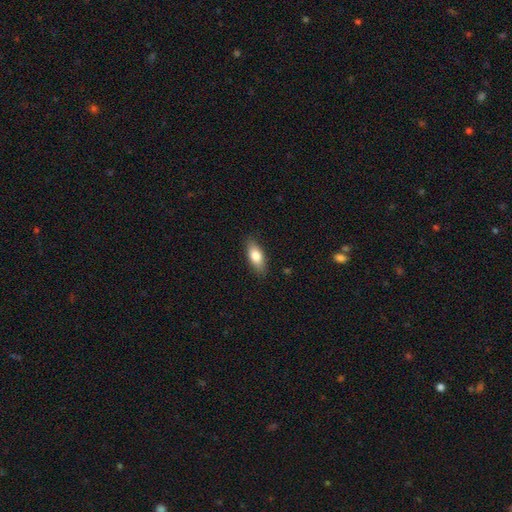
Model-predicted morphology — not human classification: This appears to be a smooth galaxy with no disk features (77%) that is in between round and cigar-shaped (80%). Merging: none (86%).